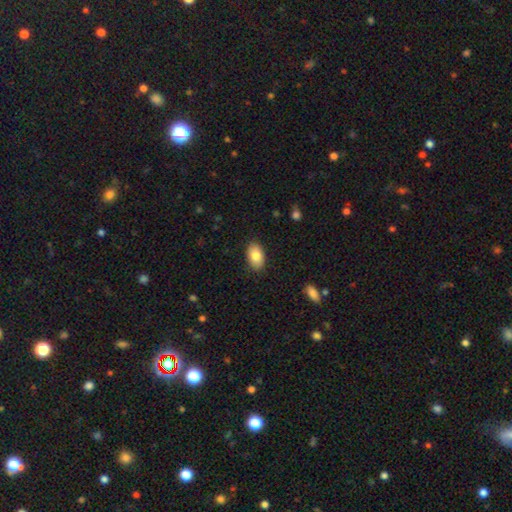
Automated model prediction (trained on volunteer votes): smooth 84%, featured or disk 10%, star or artifact 7%. Down the decision tree: how rounded — in between (92%); merging — none (88%).